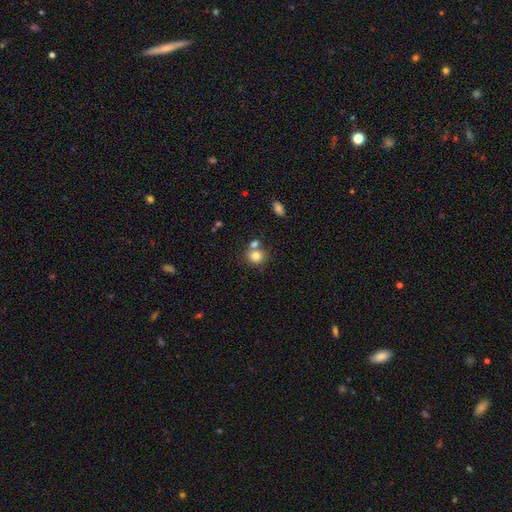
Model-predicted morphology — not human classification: smooth 80%, star or artifact 11%, featured or disk 9%. Down the decision tree: how rounded — round (78%); merging — none (56%).